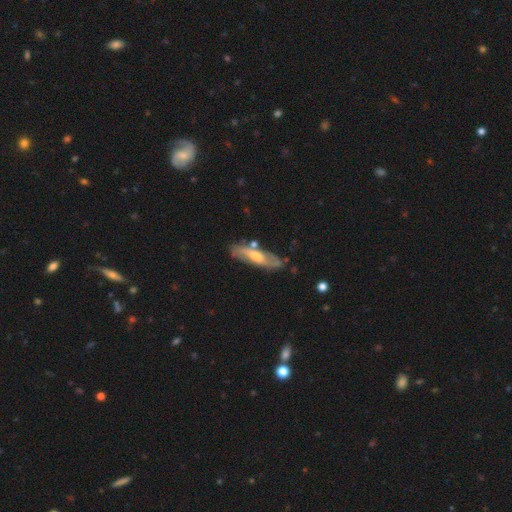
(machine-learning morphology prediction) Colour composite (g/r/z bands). It shows a featured or disk galaxy (65%). Merging: none (74%).